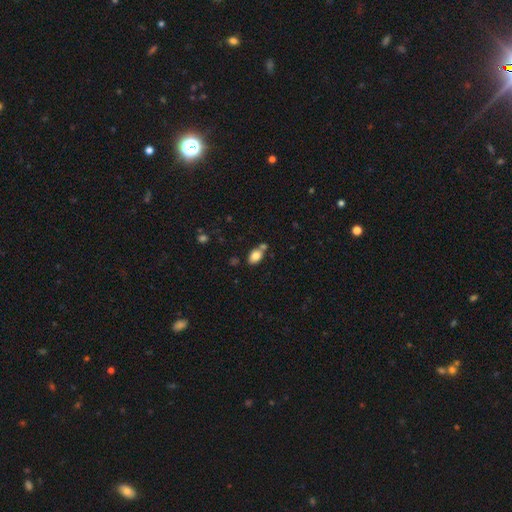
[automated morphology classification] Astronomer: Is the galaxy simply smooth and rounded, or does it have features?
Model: smooth — 81%.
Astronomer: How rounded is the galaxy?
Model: in between — 85%.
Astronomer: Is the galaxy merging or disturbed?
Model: none — 60%.